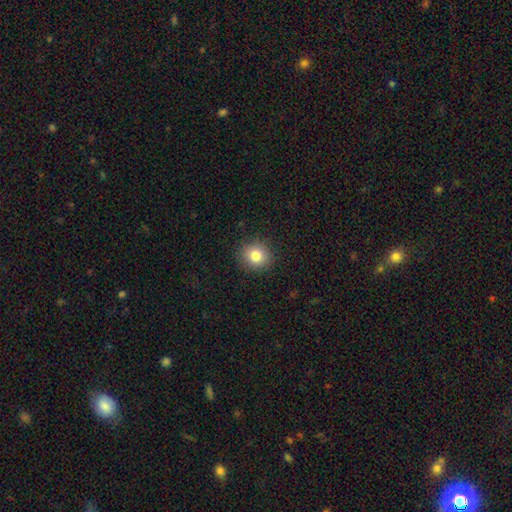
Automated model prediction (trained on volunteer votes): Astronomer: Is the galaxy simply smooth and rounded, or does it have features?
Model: smooth — 82%.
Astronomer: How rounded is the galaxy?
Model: round — 86%.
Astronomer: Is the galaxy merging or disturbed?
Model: none — 90%.